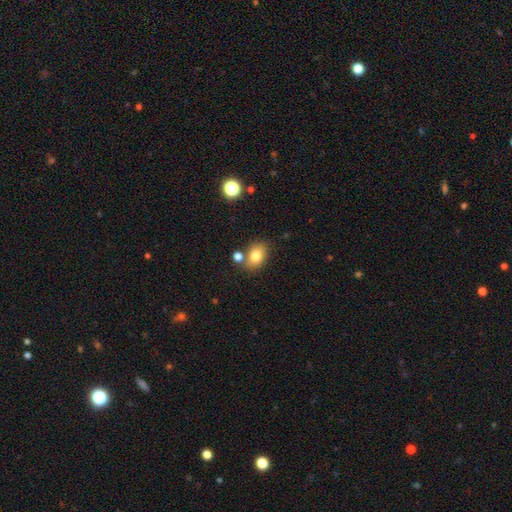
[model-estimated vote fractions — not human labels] This is likely a smooth galaxy (80%). How rounded: likely in between (77%). Merging: likely none (73%).